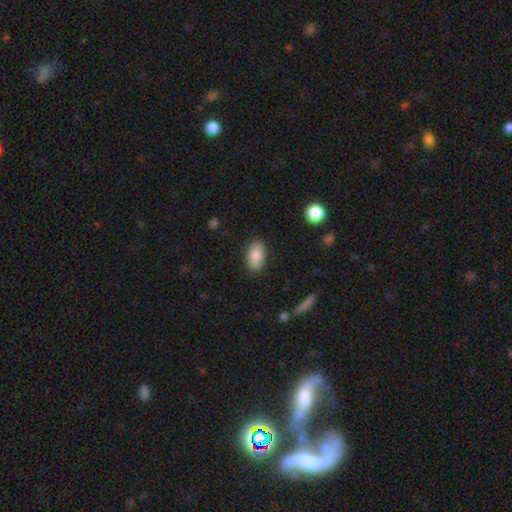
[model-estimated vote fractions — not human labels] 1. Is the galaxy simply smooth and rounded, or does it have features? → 81% smooth, 12% featured or disk, 7% star or artifact.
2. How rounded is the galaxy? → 92% in between, 6% round, 2% cigar-shaped.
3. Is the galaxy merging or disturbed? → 86% none, 10% minor disturbance, 2% major disturbance, 1% merger.